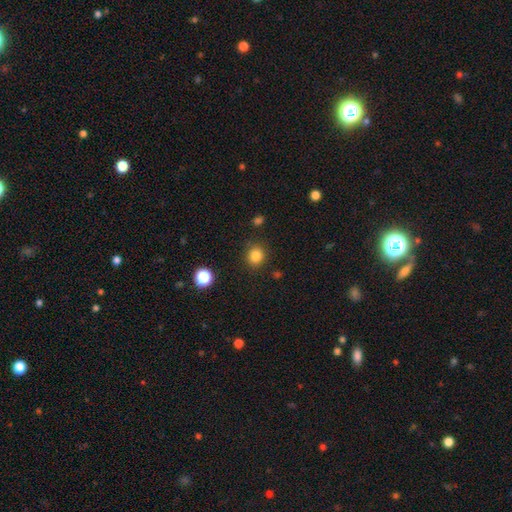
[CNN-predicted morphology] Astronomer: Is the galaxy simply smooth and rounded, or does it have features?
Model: smooth — 83%.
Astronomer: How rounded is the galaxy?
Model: round — 86%.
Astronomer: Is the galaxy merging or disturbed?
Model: none — 87%.